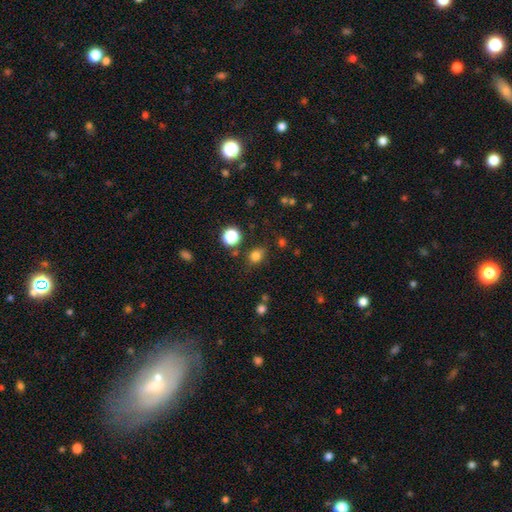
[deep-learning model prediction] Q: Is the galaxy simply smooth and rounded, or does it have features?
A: smooth — 78%.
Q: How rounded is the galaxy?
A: round — 54%.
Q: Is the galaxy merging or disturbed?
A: none — 78%.